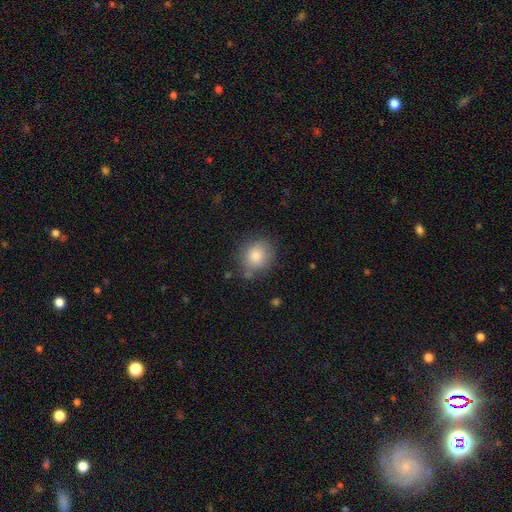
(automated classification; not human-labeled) This appears to be a smooth galaxy with no disk features (82%) that is round (82%). Merging: none (78%).